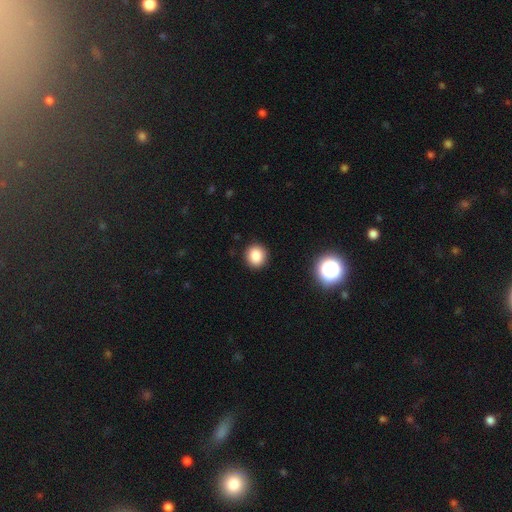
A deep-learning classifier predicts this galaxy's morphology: Smooth or featured? Predicted: smooth (p=0.84). How rounded? Predicted: round (p=0.87). Merging? Predicted: none (p=0.91).